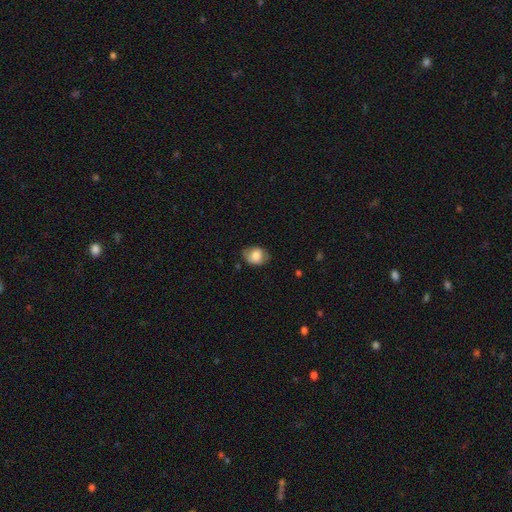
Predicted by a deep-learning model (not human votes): A smooth galaxy with no disk features (77%) that is in between round and cigar-shaped (55%).

Vote fractions:
- Smooth or featured? smooth: 77% / featured or disk: 15% / star or artifact: 8%
- How rounded? in between: 55% / round: 44% / cigar-shaped: 1%
- Merging? none: 70% / minor disturbance: 23% / major disturbance: 6% / merger: 1%